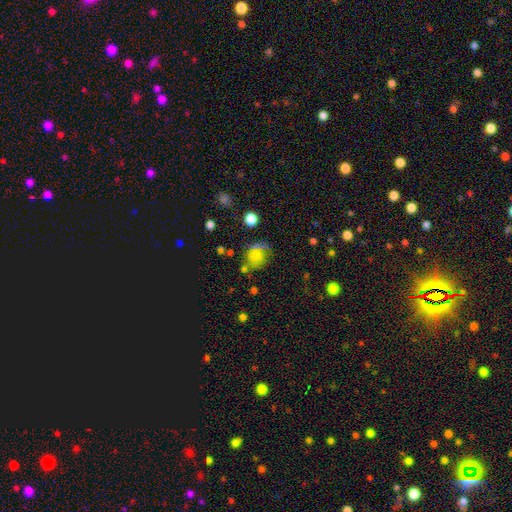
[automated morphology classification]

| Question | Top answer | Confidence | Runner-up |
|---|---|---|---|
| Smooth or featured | smooth | 63% | featured or disk (19%) |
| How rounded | round | 70% | in between (29%) |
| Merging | none | 52% | minor disturbance (22%) |